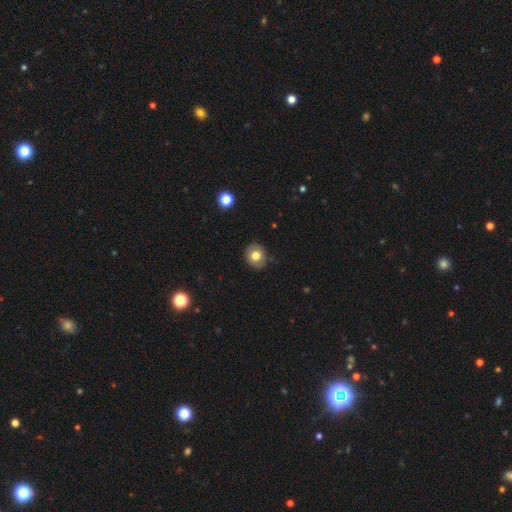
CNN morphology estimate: Smooth or featured: smooth — 75% (featured or disk — 15%)
How rounded: round — 77% (in between — 22%)
Merging: none — 87% (minor disturbance — 10%)